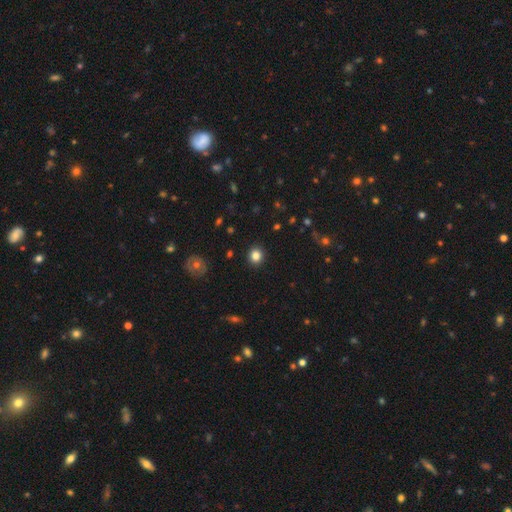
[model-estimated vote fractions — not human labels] Morphology: type=smooth (82%); roundness=round (87%); merging=none (91%).